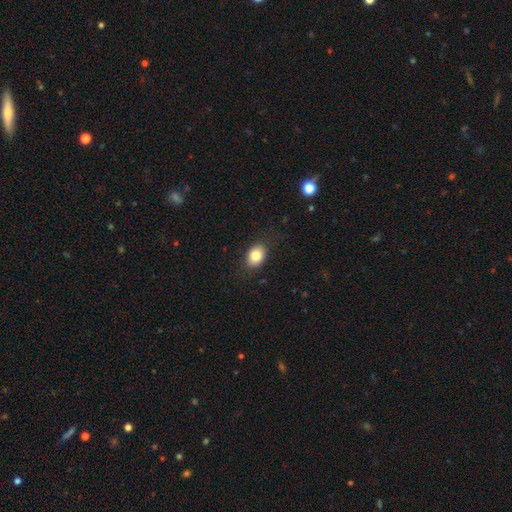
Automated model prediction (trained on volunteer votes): Smooth or featured?
  - smooth: 84% *
  - star or artifact: 8%
  - featured or disk: 8%
How rounded?
  - in between: 74% *
  - round: 25%
  - cigar-shaped: 1%
Merging?
  - none: 85% *
  - minor disturbance: 11%
  - major disturbance: 3%
  - merger: 1%